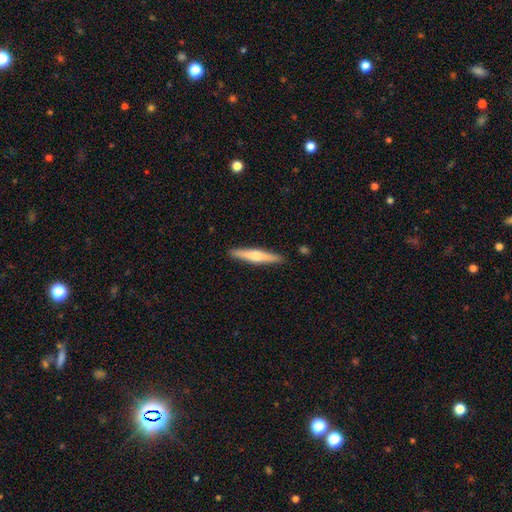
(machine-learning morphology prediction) Smooth or featured? smooth (49%)
Merging? none (90%)